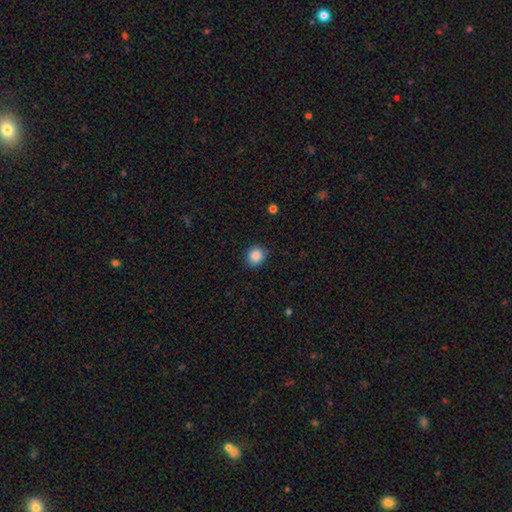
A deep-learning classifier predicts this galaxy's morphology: A smooth galaxy with no disk features (88%) that is round (83%).

Vote fractions:
- Smooth or featured? smooth: 88% / star or artifact: 9% / featured or disk: 3%
- How rounded? round: 83% / in between: 16% / cigar-shaped: 1%
- Merging? none: 87% / minor disturbance: 9% / major disturbance: 3% / merger: 1%